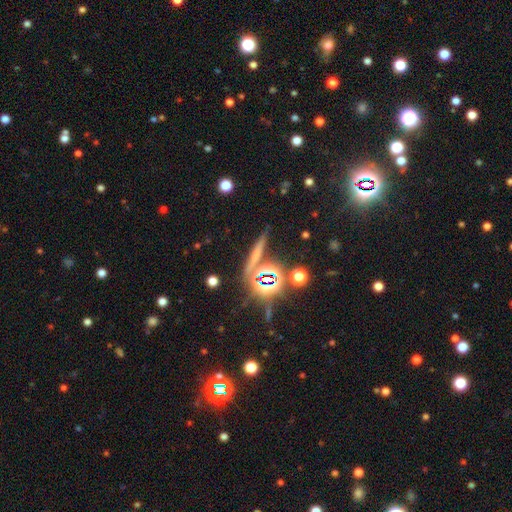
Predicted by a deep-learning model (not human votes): Smooth or featured: smooth — 41% (star or artifact — 33%)
Merging: none — 78% (minor disturbance — 10%)